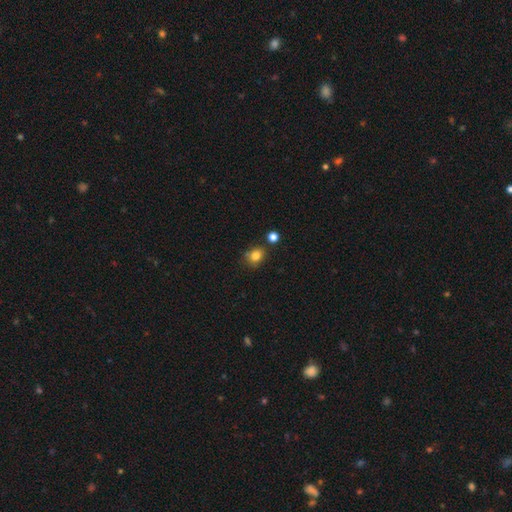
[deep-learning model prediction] Morphology: type=smooth (81%); roundness=round (64%); merging=none (72%).